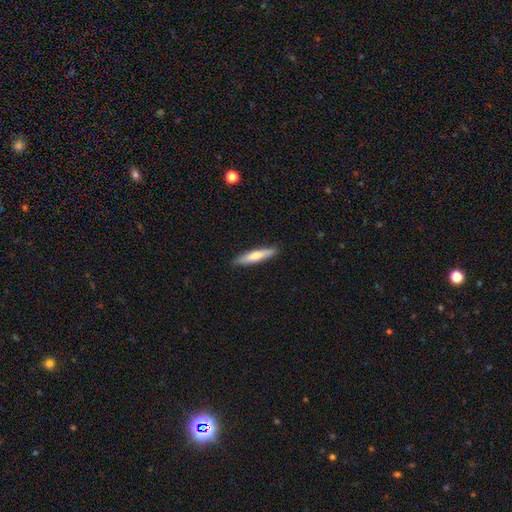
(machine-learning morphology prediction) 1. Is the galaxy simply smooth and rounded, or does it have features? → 65% smooth, 30% featured or disk, 5% star or artifact.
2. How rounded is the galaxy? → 86% cigar-shaped, 13% in between, 1% round.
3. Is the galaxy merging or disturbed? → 90% none, 7% minor disturbance, 1% major disturbance, 1% merger.